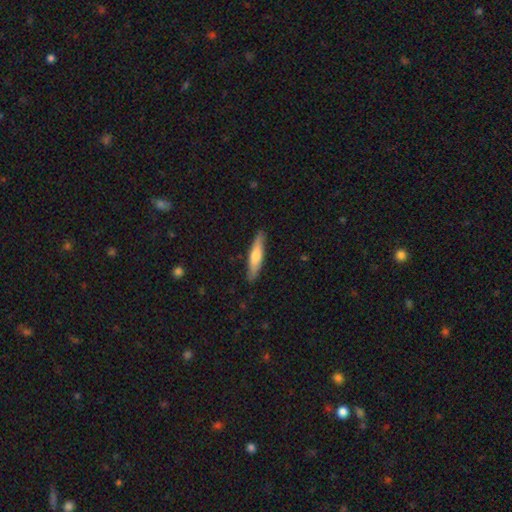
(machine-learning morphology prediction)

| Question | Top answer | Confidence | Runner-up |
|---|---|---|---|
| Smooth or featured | smooth | 62% | featured or disk (33%) |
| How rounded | cigar-shaped | 85% | in between (13%) |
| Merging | none | 88% | minor disturbance (9%) |